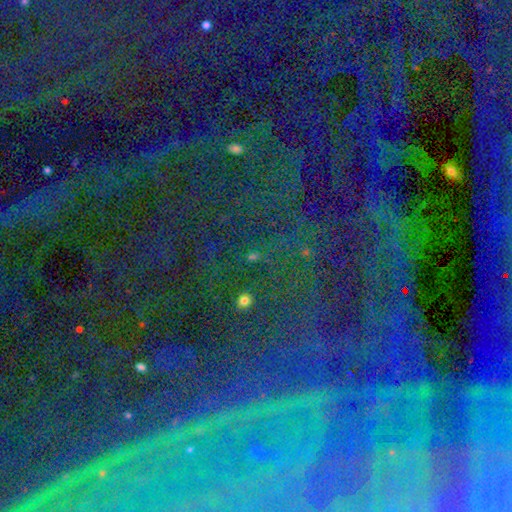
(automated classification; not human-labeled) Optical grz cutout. It shows a star or artifact, not a galaxy (82%).